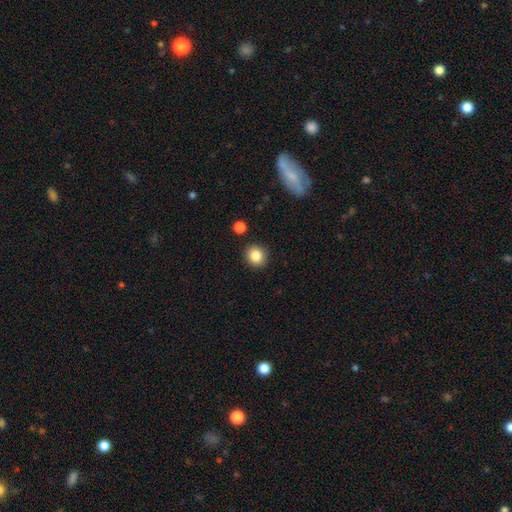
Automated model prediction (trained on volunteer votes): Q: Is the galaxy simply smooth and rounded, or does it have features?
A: smooth — 84%.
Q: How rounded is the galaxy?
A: round — 85%.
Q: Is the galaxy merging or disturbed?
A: none — 90%.